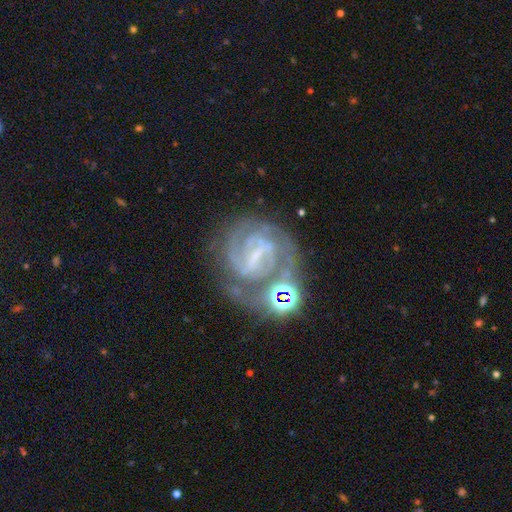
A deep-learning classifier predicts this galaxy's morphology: This appears to be a featured or disk galaxy (83%) with a strong bar (51%), 2 (47%) tight (59%) spiral arms (93%) and a small central bulge (47%). Merging: none (55%).